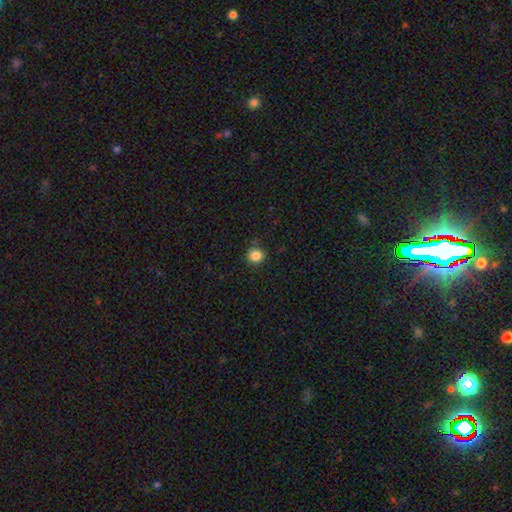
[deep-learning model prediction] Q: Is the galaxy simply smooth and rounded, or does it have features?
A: smooth — 85%.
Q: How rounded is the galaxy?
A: round — 86%.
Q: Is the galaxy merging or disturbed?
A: none — 83%.